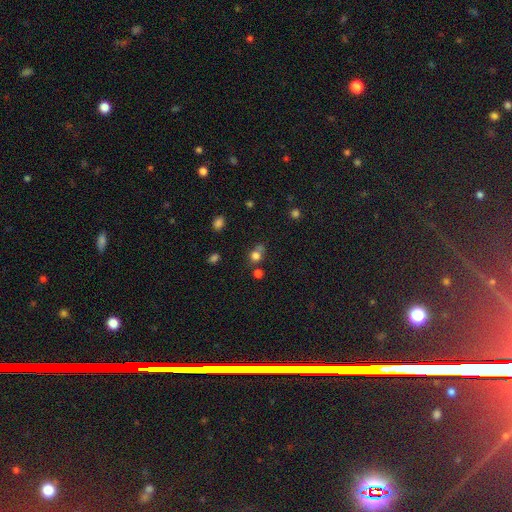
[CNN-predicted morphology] This is likely a smooth galaxy (75%). How rounded: clearly round (81%). Merging: possibly none (52%).